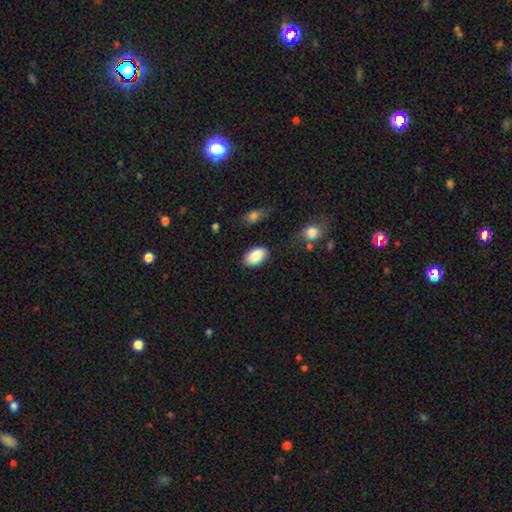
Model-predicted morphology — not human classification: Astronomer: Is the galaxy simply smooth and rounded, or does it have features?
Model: smooth — 89%.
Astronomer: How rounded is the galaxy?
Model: in between — 92%.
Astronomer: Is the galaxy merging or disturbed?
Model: none — 82%.